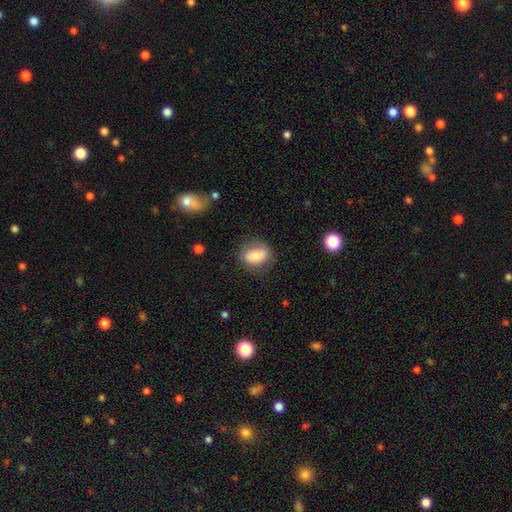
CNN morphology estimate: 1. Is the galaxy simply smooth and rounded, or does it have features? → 70% smooth, 22% featured or disk, 8% star or artifact.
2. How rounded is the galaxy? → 65% in between, 33% round, 2% cigar-shaped.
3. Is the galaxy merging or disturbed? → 72% none, 18% minor disturbance, 8% major disturbance, 2% merger.